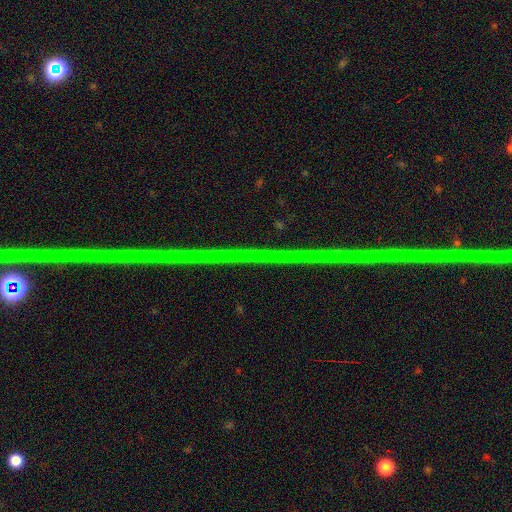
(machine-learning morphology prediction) The model was most divided on "smooth or featured": star or artifact: 88%, featured or disk: 8%, smooth: 4%.